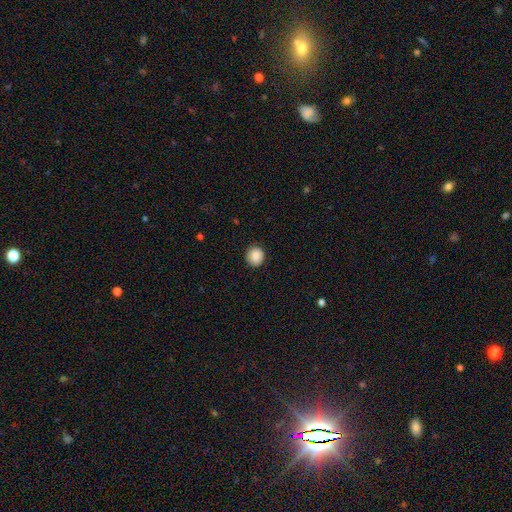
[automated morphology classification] This is clearly a smooth galaxy (89%). How rounded: clearly round (88%). Merging: clearly none (90%).